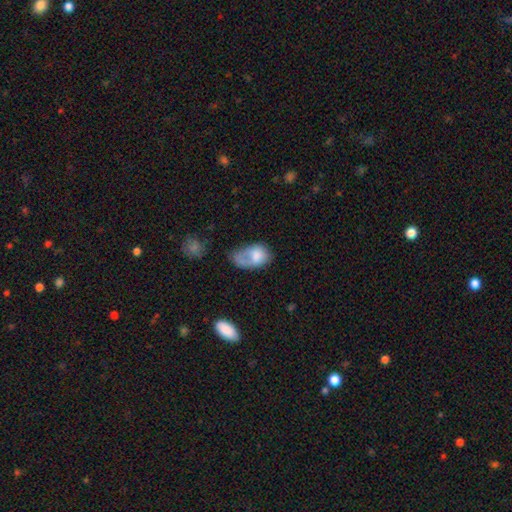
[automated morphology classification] This is likely a smooth galaxy (67%). How rounded: clearly in between (88%). Merging: marginally major disturbance (35%).